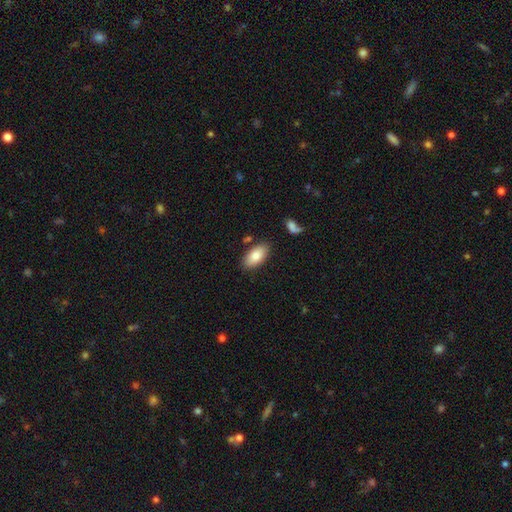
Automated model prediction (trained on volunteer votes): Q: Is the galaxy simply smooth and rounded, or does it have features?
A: smooth — 82%.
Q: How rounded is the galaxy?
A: in between — 94%.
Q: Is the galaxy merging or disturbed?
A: none — 83%.